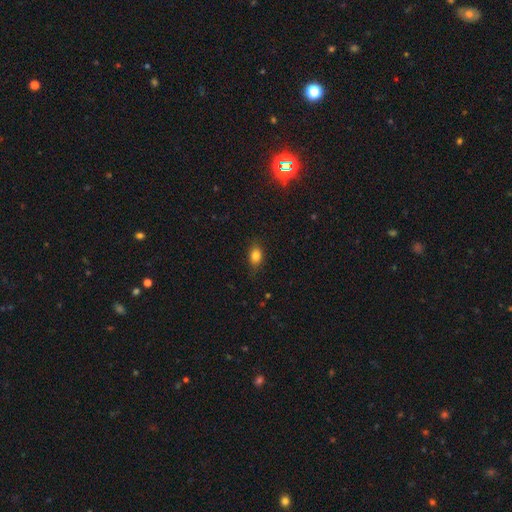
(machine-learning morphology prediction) A smooth galaxy with no disk features (82%) that is in between round and cigar-shaped (75%). Merging: none (81%).